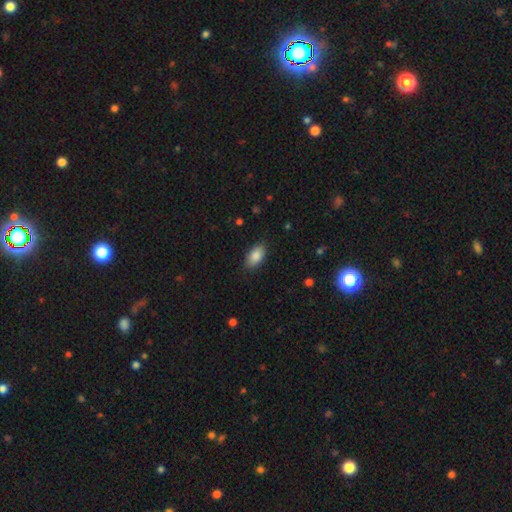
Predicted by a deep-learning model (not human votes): The model was most divided on "merging": none: 87%, minor disturbance: 10%, major disturbance: 2%, merger: 1%. More confident: how rounded — in between (93%); smooth or featured — smooth (87%).